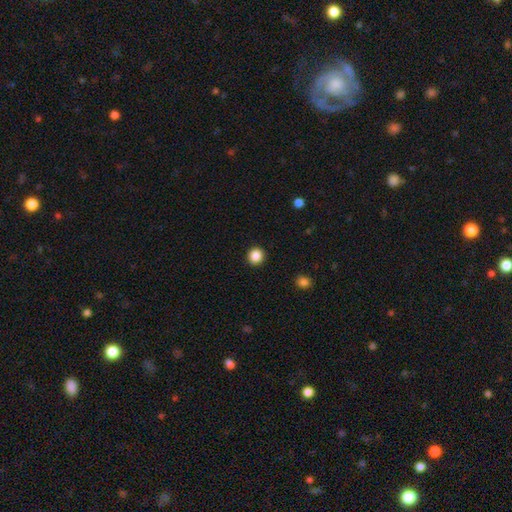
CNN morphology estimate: This is clearly a smooth galaxy (87%). How rounded: clearly round (92%). Merging: clearly none (93%).